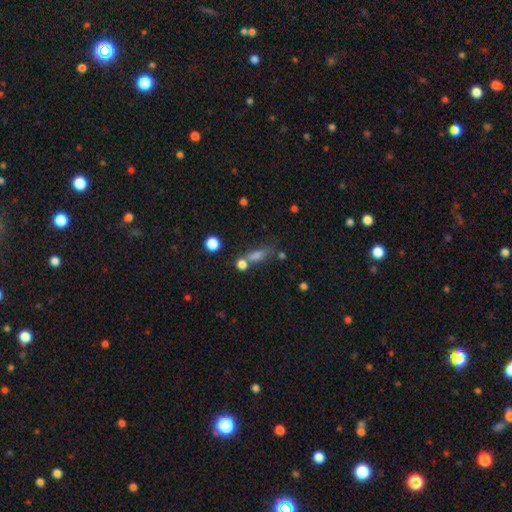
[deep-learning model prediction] smooth-or-featured: smooth: 64% | star or artifact: 19% | featured or disk: 18%
  how-rounded: cigar-shaped: 45% | in between: 43% | round: 12%
  merging: none: 54% | merger: 23% | minor disturbance: 15% | major disturbance: 8%